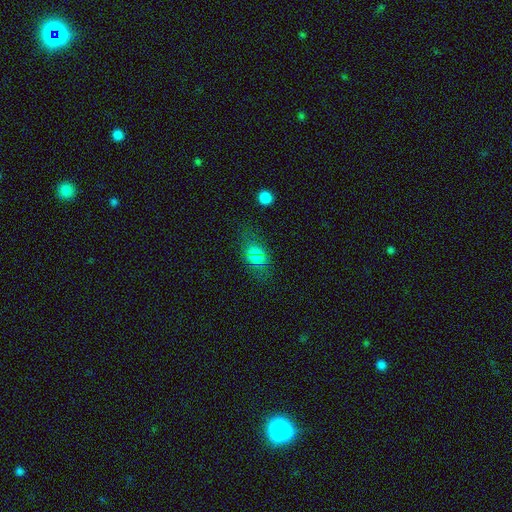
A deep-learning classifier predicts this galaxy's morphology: Q: Smooth or featured?
A: smooth (70%); runner-up: star or artifact (15%)
Q: How rounded?
A: in between (76%); runner-up: round (18%)
Q: Merging?
A: none (63%); runner-up: minor disturbance (19%)